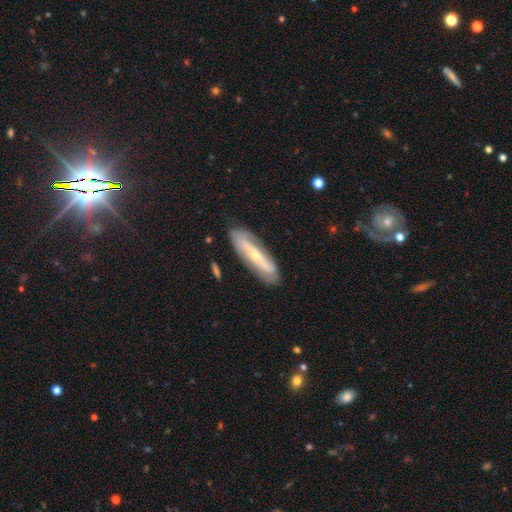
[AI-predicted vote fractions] A featured or disk galaxy (70%). Merging: none (83%).